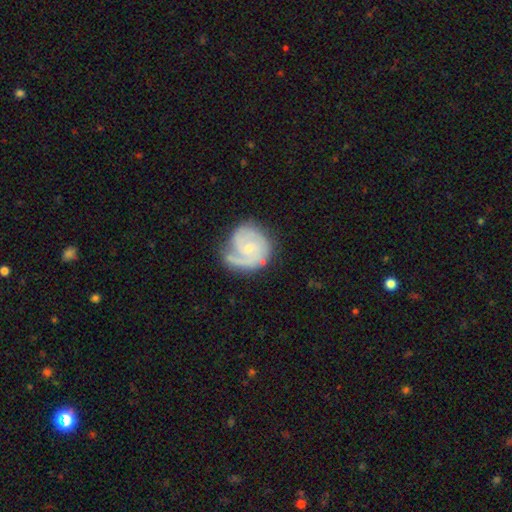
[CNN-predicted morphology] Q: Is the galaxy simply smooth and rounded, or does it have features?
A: featured or disk — 83%.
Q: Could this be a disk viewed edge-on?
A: no — 98%.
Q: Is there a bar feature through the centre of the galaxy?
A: no — 62%.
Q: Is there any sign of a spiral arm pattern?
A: yes — 96%.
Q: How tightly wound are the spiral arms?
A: tight — 51%.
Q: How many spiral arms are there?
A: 2 — 46%.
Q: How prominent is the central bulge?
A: small — 67%.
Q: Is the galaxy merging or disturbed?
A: none — 63%.